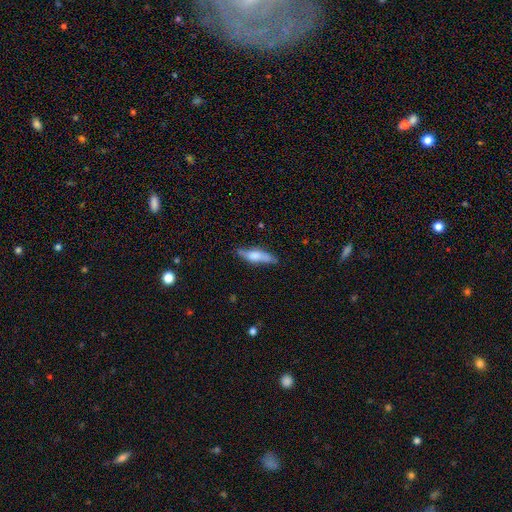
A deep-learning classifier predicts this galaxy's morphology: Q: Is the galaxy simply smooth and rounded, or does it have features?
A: smooth — 60%.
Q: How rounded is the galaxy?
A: cigar-shaped — 66%.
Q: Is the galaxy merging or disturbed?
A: none — 74%.